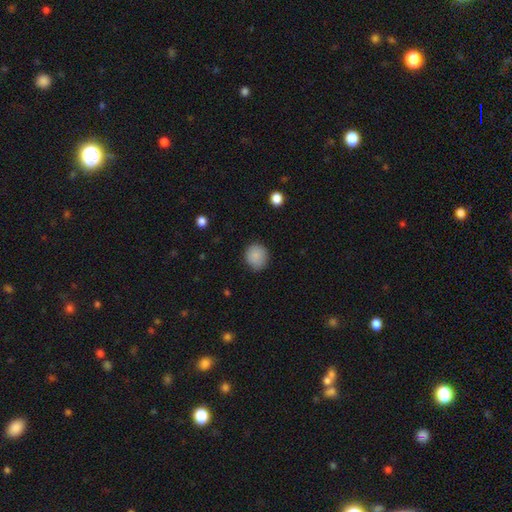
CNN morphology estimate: Overall: smooth (88%). How rounded: round (88%). Merging: none (85%).